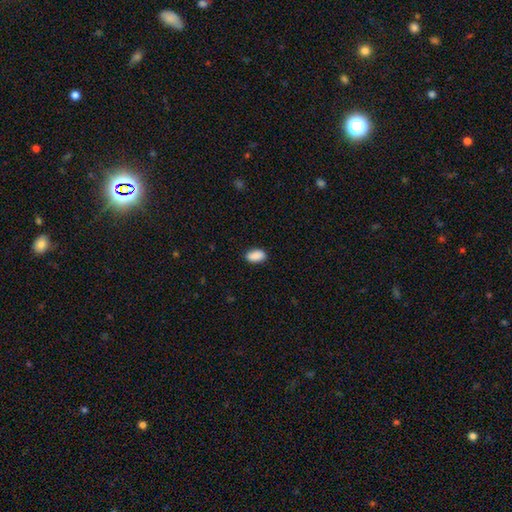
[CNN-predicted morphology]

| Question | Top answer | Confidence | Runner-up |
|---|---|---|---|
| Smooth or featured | smooth | 89% | star or artifact (7%) |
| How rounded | in between | 92% | round (5%) |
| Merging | none | 86% | minor disturbance (10%) |